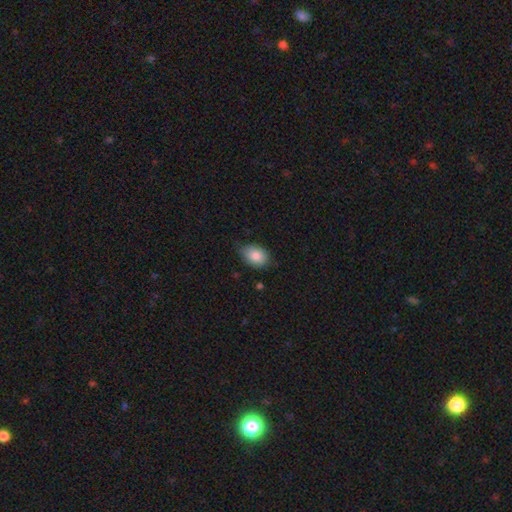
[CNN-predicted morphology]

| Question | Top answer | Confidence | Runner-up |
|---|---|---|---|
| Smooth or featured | smooth | 84% | featured or disk (8%) |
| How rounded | in between | 75% | round (24%) |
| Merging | none | 68% | minor disturbance (27%) |